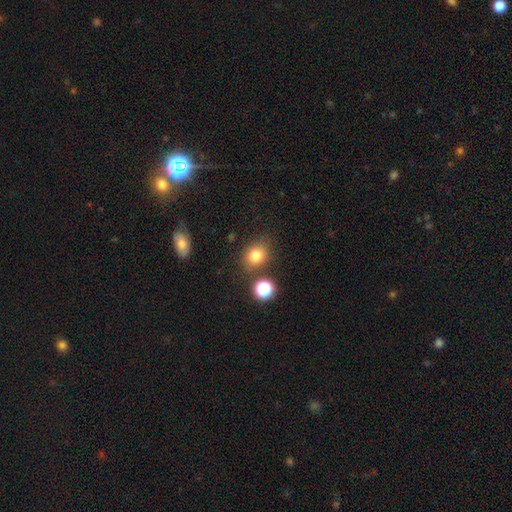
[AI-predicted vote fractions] Overall: smooth (78%). How rounded: round (57%; in between 42%). Merging: none (76%).